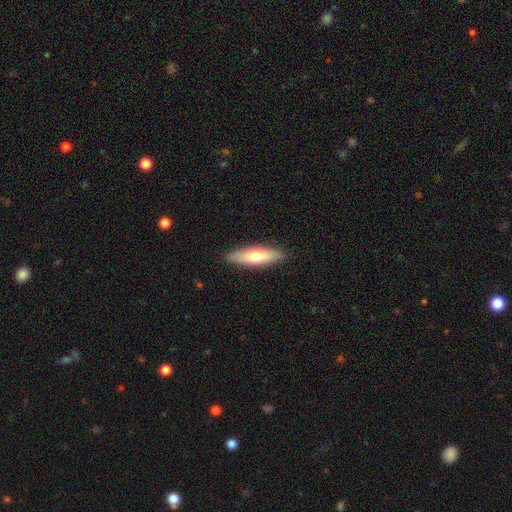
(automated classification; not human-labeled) This appears to be a smooth galaxy with no disk features (63%) that is cigar-shaped (61%). Merging: none (89%).